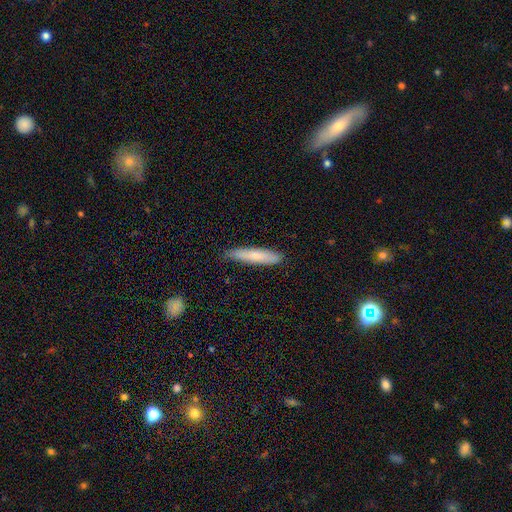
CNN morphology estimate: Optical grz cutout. It shows a smooth galaxy with no disk features (75%) that is cigar-shaped (87%). Merging: none (83%).